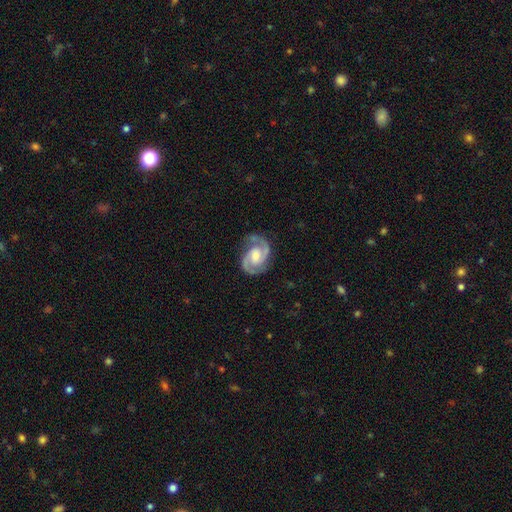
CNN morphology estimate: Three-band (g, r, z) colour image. It shows a featured or disk galaxy (91%) with a weak bar (45%), 2 (93%) medium (56%) spiral arms (98%) and a moderate central bulge (55%). Merging: none (79%).